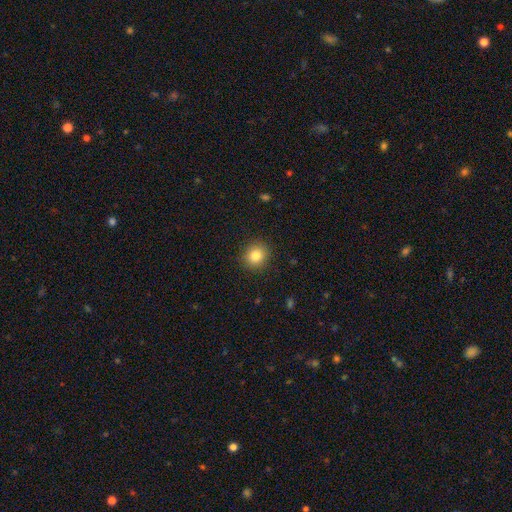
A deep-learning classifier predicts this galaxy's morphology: Smooth or featured? Predicted: smooth (p=0.83). How rounded? Predicted: round (p=0.87). Merging? Predicted: none (p=0.90).